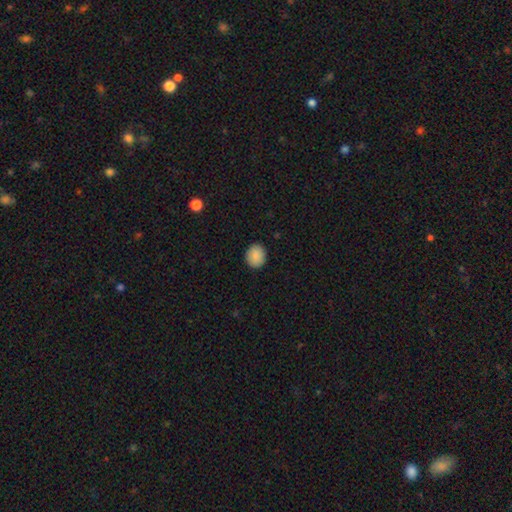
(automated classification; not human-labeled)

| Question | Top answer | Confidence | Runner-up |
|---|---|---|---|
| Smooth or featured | smooth | 89% | star or artifact (8%) |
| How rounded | round | 72% | in between (27%) |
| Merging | none | 91% | minor disturbance (7%) |